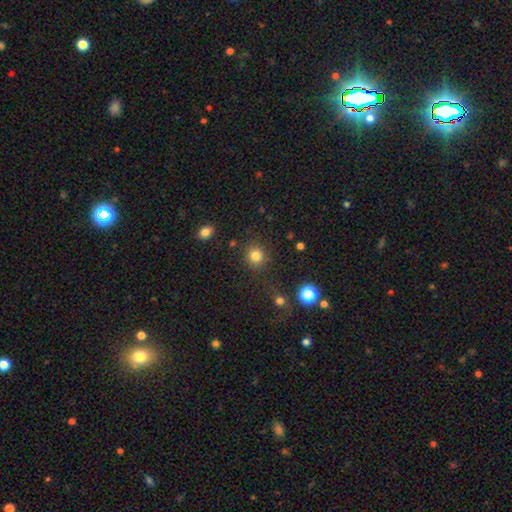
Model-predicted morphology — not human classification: smooth 82%, star or artifact 13%, featured or disk 5%. Down the decision tree: how rounded — round (89%); merging — none (85%).